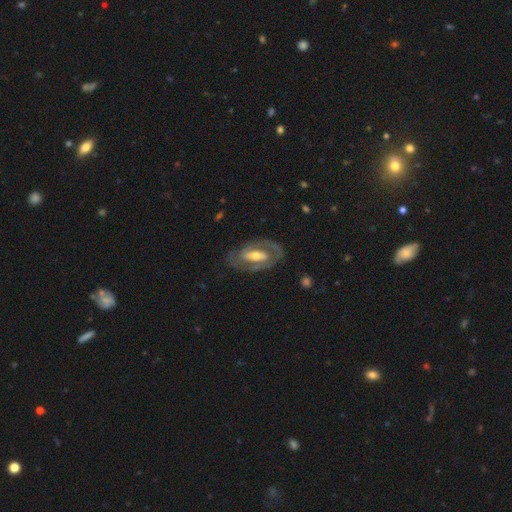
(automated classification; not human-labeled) A featured or disk galaxy (75%) with no bar (36%), spiral arms (60%) and a moderate central bulge (63%). Merging: none (72%).